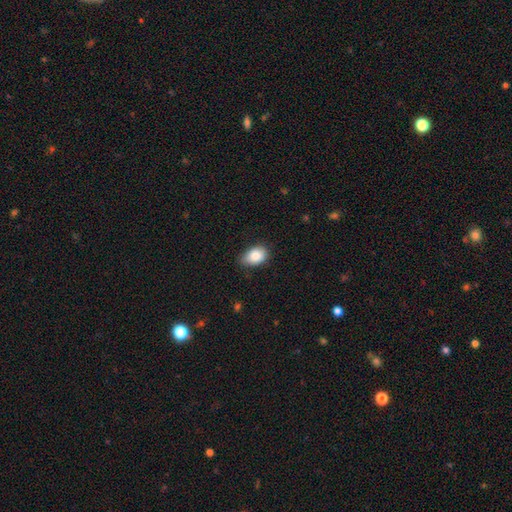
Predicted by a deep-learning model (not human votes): smooth_or_featured: smooth (p=0.84) [alt: featured or disk p=0.08]
how_rounded: in between (p=0.84) [alt: round p=0.14]
merging: none (p=0.73) [alt: minor disturbance p=0.23]